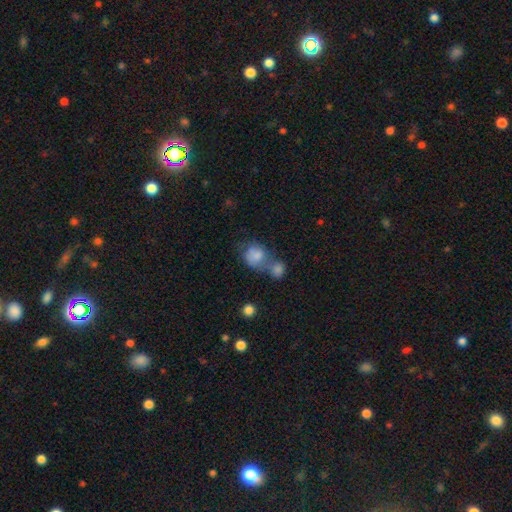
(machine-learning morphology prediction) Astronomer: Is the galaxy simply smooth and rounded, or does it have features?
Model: smooth — 77%.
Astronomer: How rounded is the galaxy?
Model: round — 58% (runner-up: in between, 40%).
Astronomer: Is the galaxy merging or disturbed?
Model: merger — 61%.